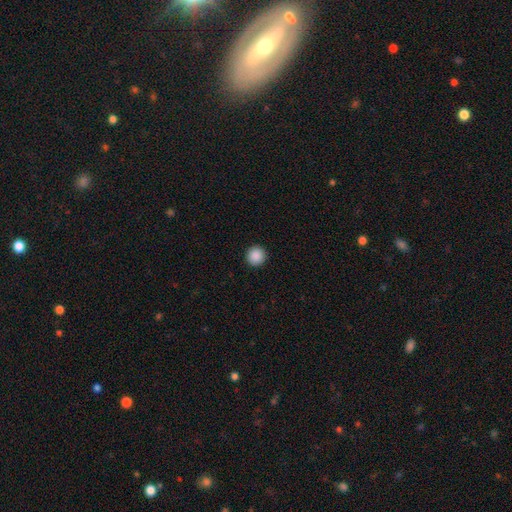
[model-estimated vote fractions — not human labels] A smooth galaxy with no disk features (89%) that is round (96%). Merging: none (93%).